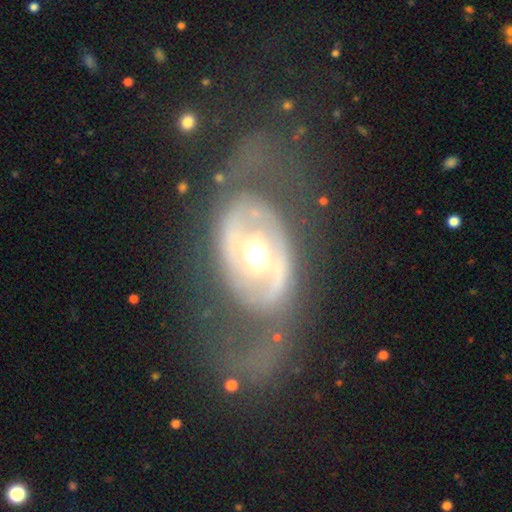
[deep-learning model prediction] The model was most divided on "spiral arms": yes: 51%, no: 49%. More confident: edge-on disk — no (93%); smooth or featured — featured or disk (78%); bulge size — moderate (68%); merging — none (57%); bar — no (55%).